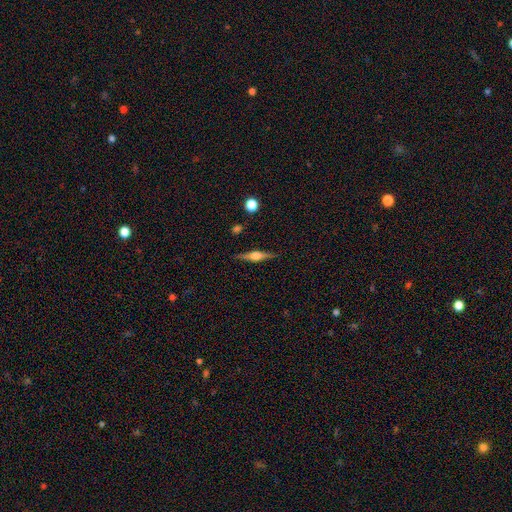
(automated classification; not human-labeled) Morphology: type=featured or disk (73%); edge-on=yes (97%); edge-on bulge=rounded (87%); merging=none (89%).